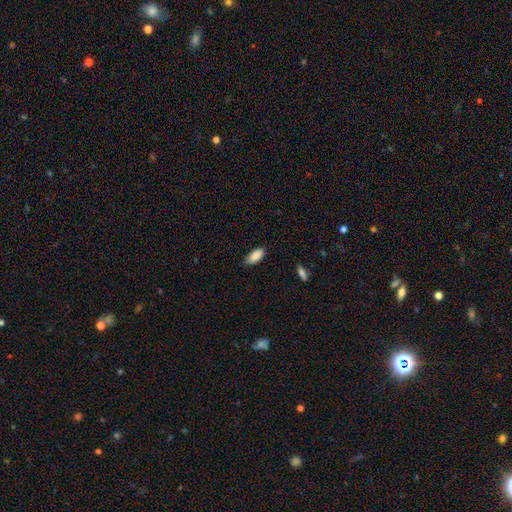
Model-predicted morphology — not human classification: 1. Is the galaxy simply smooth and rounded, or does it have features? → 88% smooth, 7% star or artifact, 5% featured or disk.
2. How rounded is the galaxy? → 88% in between, 11% cigar-shaped, 2% round.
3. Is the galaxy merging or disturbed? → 79% none, 17% minor disturbance, 2% major disturbance, 1% merger.